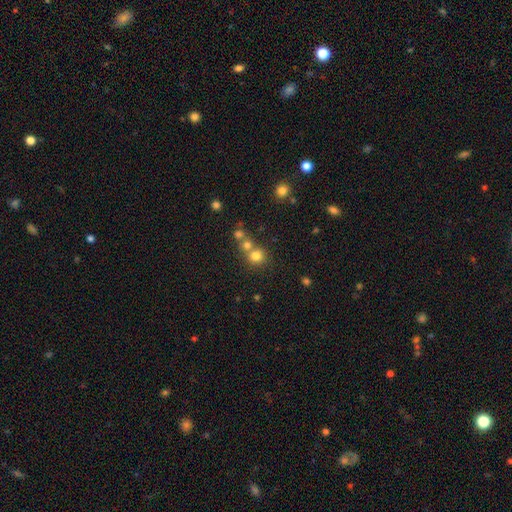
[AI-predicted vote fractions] This is likely a smooth galaxy (75%). How rounded: clearly round (87%). Merging: possibly none (53%).